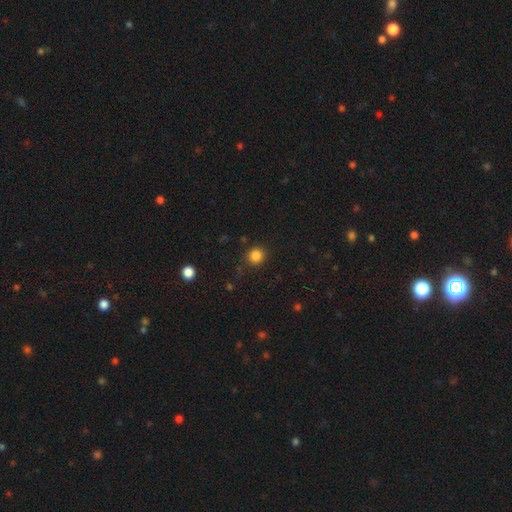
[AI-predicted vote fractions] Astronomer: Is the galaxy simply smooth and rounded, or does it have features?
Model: smooth — 84%.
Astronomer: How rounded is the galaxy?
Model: round — 88%.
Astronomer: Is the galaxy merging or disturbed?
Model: none — 86%.